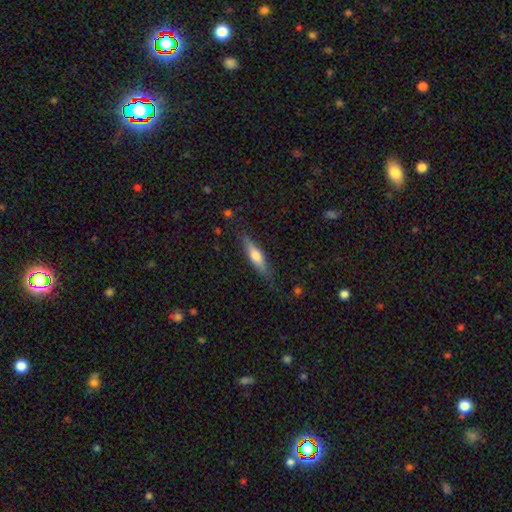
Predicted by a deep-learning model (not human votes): smooth 50%, featured or disk 44%, star or artifact 6%. Down the decision tree: how rounded — cigar-shaped (74%); merging — none (81%).